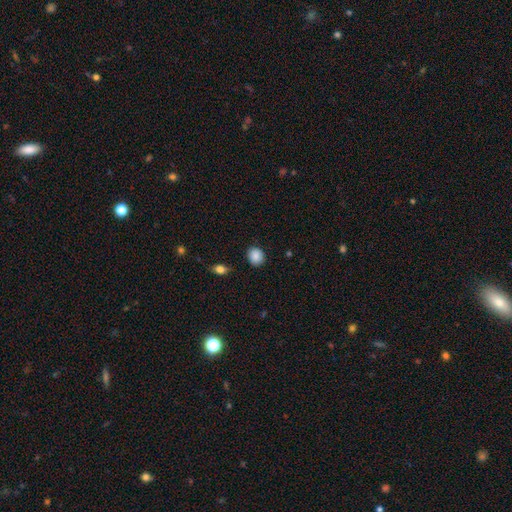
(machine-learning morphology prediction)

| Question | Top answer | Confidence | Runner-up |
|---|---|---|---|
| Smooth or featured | smooth | 88% | star or artifact (8%) |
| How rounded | round | 78% | in between (21%) |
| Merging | none | 89% | minor disturbance (8%) |